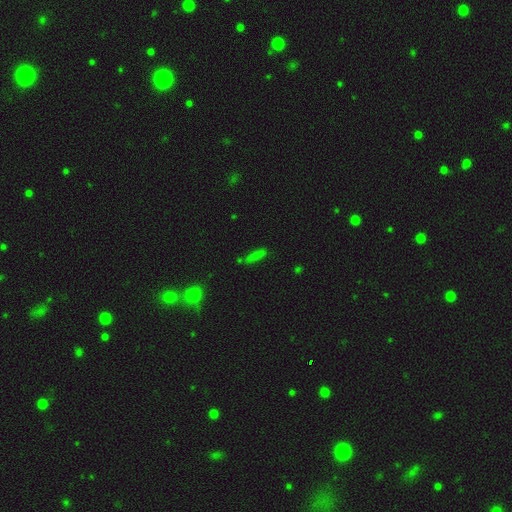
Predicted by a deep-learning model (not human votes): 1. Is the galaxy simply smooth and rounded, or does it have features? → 74% smooth, 16% star or artifact, 10% featured or disk.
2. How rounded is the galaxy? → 74% cigar-shaped, 23% in between, 3% round.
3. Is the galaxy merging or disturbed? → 74% none, 16% minor disturbance, 5% merger, 5% major disturbance.